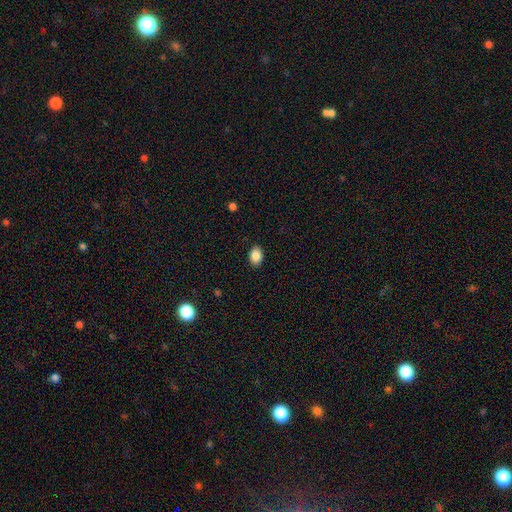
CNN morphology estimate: Smooth or featured? Predicted: smooth (p=0.88). How rounded? Predicted: in between (p=0.72). Merging? Predicted: none (p=0.90).